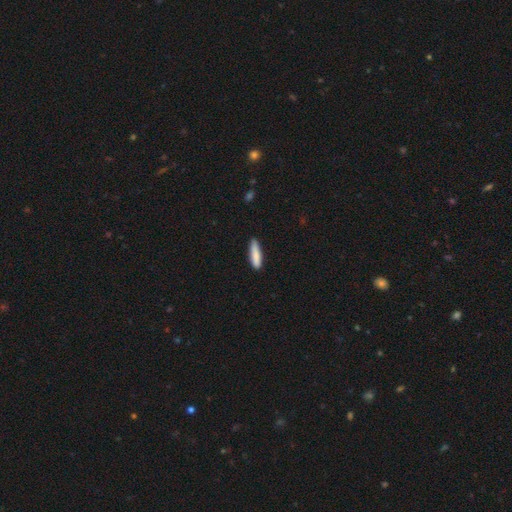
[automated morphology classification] The model was most divided on "how rounded": cigar-shaped: 78%, in between: 20%, round: 1%. More confident: smooth or featured — smooth (86%); merging — none (84%).